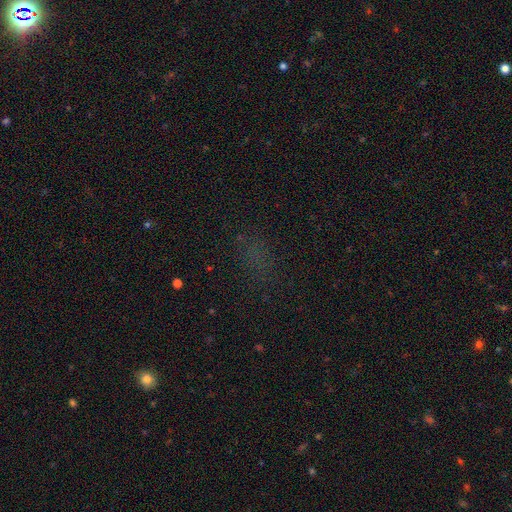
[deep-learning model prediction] star or artifact 46%, smooth 42%, featured or disk 12%.